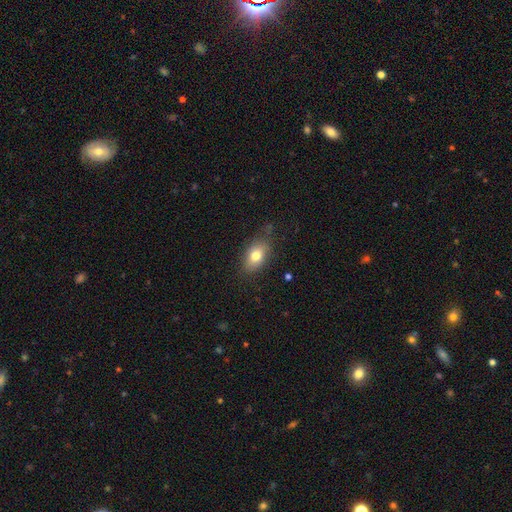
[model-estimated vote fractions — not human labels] The model was most divided on "merging": none: 72%, minor disturbance: 21%, major disturbance: 5%, merger: 2%. More confident: how rounded — in between (84%); smooth or featured — smooth (76%).